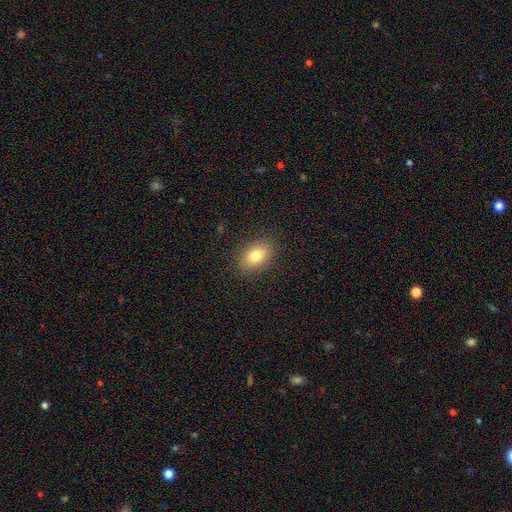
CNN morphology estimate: smooth 79%, featured or disk 12%, star or artifact 10%. Down the decision tree: how rounded — in between (80%); merging — none (88%).